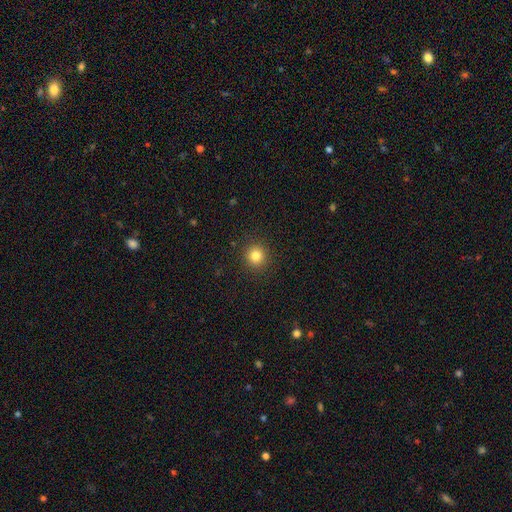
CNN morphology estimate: This is clearly a smooth galaxy (82%). How rounded: clearly round (93%). Merging: clearly none (91%).